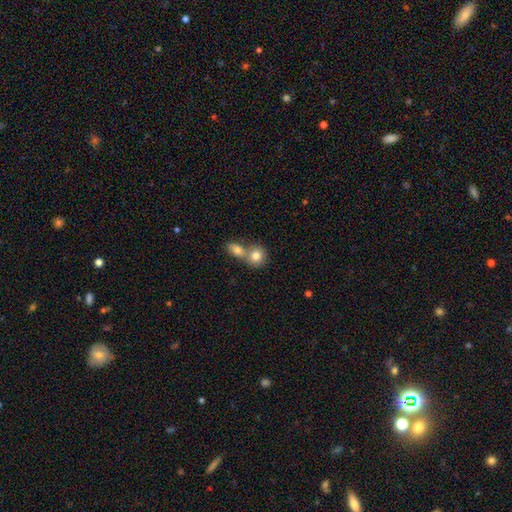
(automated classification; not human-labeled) Smooth or featured?
  - smooth: 81% *
  - featured or disk: 10%
  - star or artifact: 9%
How rounded?
  - round: 74% *
  - in between: 24%
  - cigar-shaped: 1%
Merging?
  - merger: 58% *
  - none: 34%
  - minor disturbance: 6%
  - major disturbance: 2%